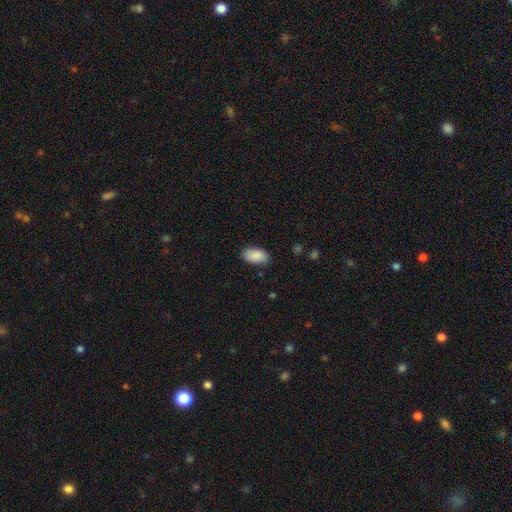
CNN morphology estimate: smooth_or_featured: smooth (p=0.89) [alt: star or artifact p=0.06]
how_rounded: in between (p=0.94) [alt: cigar-shaped p=0.03]
merging: none (p=0.84) [alt: minor disturbance p=0.12]